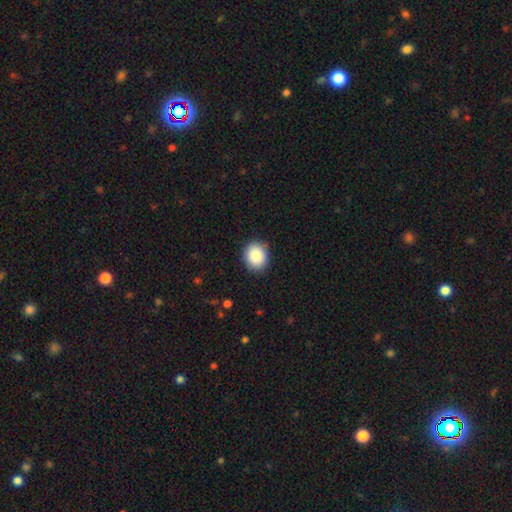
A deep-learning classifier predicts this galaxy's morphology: This appears to be a smooth galaxy with no disk features (89%) that is round (69%). Merging: none (88%).